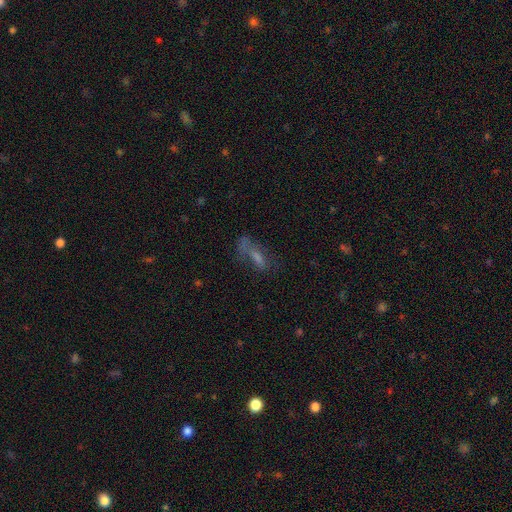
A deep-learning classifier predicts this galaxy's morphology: Smooth or featured? Predicted: smooth (p=0.49). Merging? Predicted: none (p=0.43).